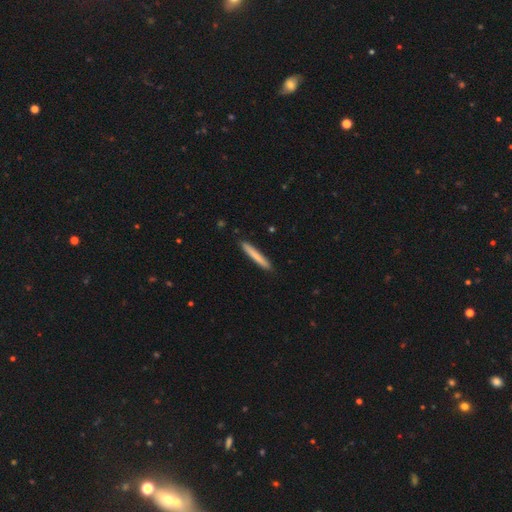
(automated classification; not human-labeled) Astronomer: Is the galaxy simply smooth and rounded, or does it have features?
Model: smooth — 75%.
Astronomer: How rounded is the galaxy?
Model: cigar-shaped — 96%.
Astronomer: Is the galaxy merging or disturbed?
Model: none — 90%.